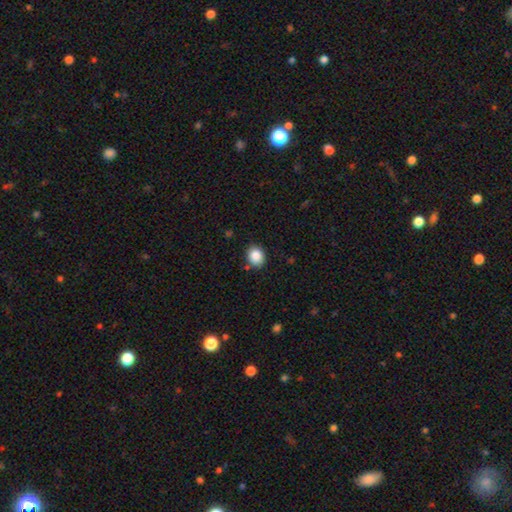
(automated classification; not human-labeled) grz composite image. It shows a smooth galaxy with no disk features (87%) that is round (55%). Merging: none (85%).